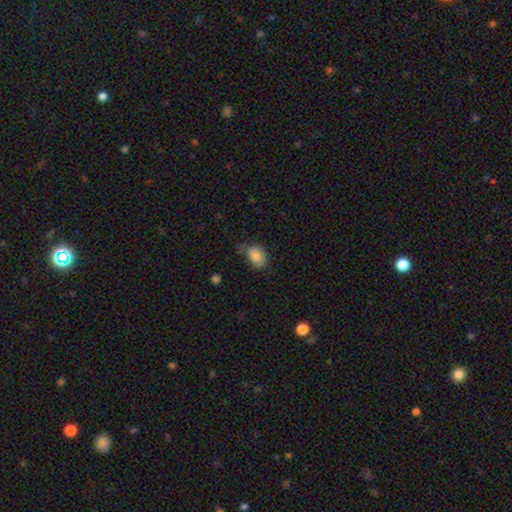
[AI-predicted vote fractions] Smooth or featured: smooth — 84% (star or artifact — 9%)
How rounded: in between — 76% (round — 23%)
Merging: none — 63% (minor disturbance — 26%)